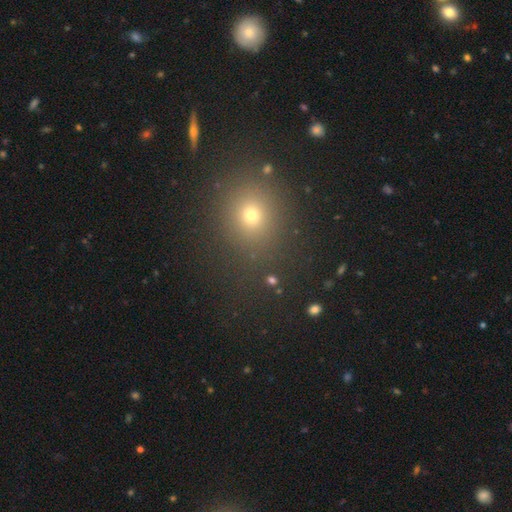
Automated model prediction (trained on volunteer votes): This is possibly a smooth galaxy (59%). How rounded: likely round (76%). Merging: clearly none (87%).